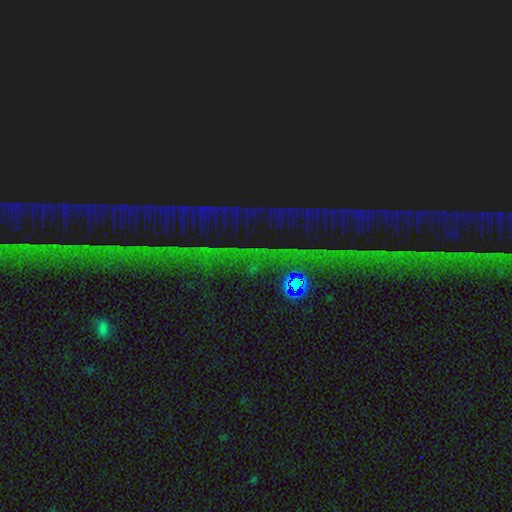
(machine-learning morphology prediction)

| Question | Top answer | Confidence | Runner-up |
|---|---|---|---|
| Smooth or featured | star or artifact | 86% | featured or disk (7%) |